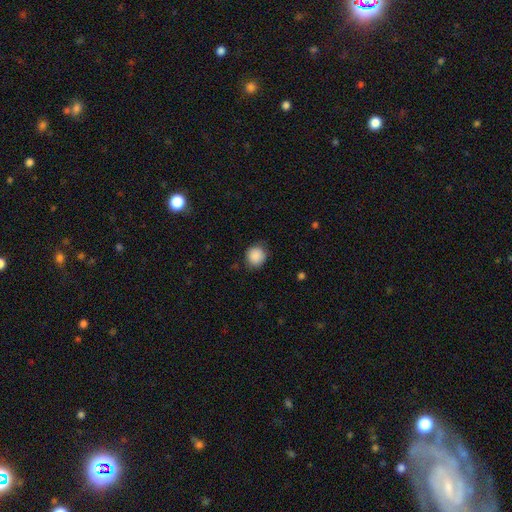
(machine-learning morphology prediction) Smooth or featured? Predicted: smooth (p=0.89). How rounded? Predicted: round (p=0.89). Merging? Predicted: none (p=0.83).